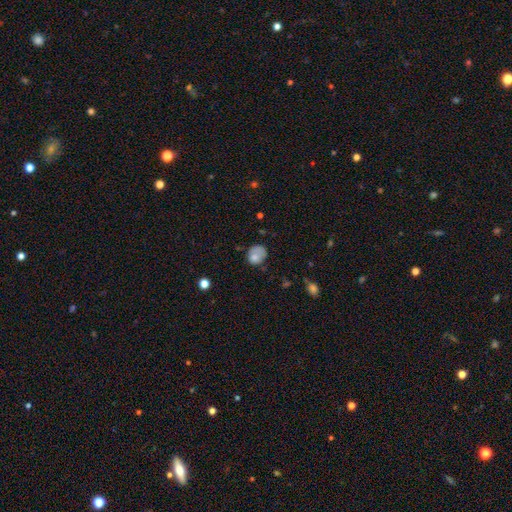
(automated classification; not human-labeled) This appears to be a smooth galaxy with no disk features (75%) that is round (60%). Merging: none (51%).